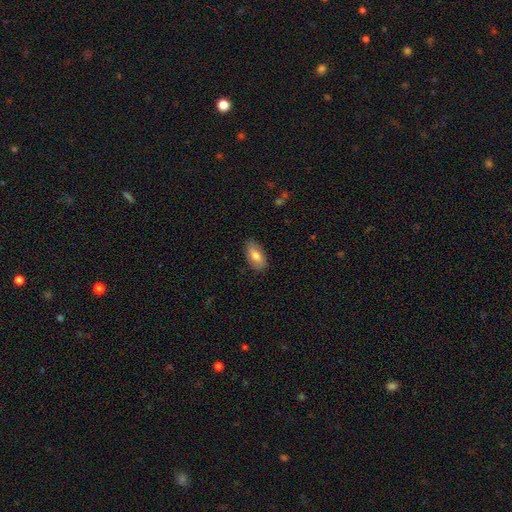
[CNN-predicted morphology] Smooth or featured?
  - smooth: 76% *
  - featured or disk: 18%
  - star or artifact: 6%
How rounded?
  - in between: 91% *
  - cigar-shaped: 6%
  - round: 3%
Merging?
  - none: 84% *
  - minor disturbance: 12%
  - major disturbance: 2%
  - merger: 1%